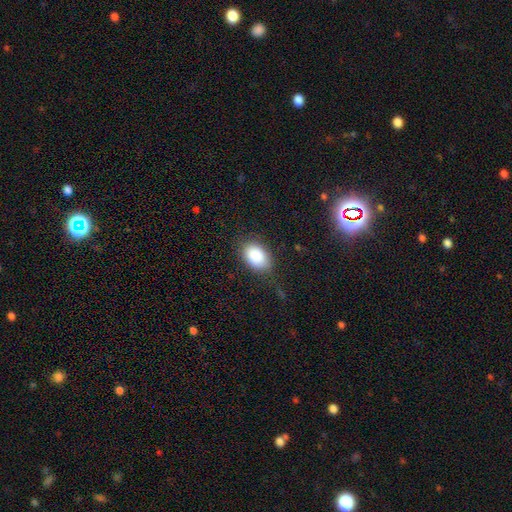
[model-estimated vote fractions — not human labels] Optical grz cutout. It shows a smooth galaxy with no disk features (87%) that is in between round and cigar-shaped (85%). Merging: none (75%).